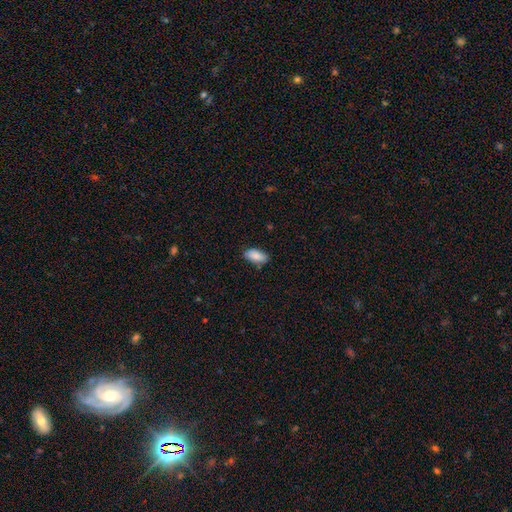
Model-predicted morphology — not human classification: Smooth or featured: smooth — 87% (star or artifact — 7%)
How rounded: in between — 91% (cigar-shaped — 7%)
Merging: none — 83% (minor disturbance — 13%)